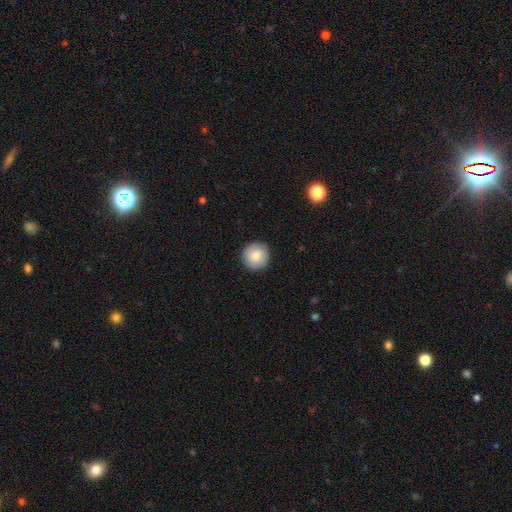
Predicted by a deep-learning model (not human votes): Smooth or featured: smooth — 79% (featured or disk — 14%)
How rounded: round — 96% (in between — 3%)
Merging: none — 91% (minor disturbance — 6%)